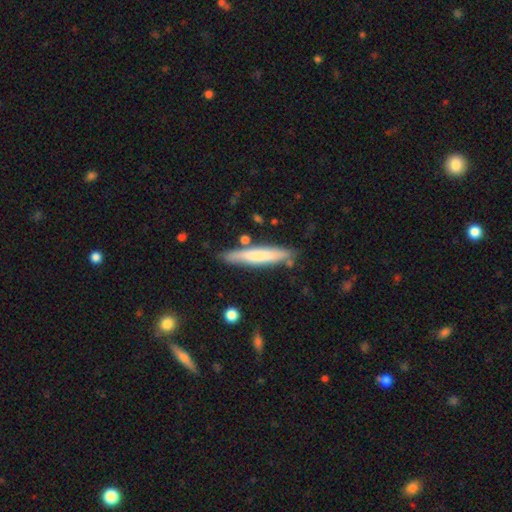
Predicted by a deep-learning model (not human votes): smooth_or_featured: smooth (p=0.67) [alt: featured or disk p=0.27]
how_rounded: cigar-shaped (p=0.91) [alt: in between p=0.07]
merging: none (p=0.81) [alt: minor disturbance p=0.13]